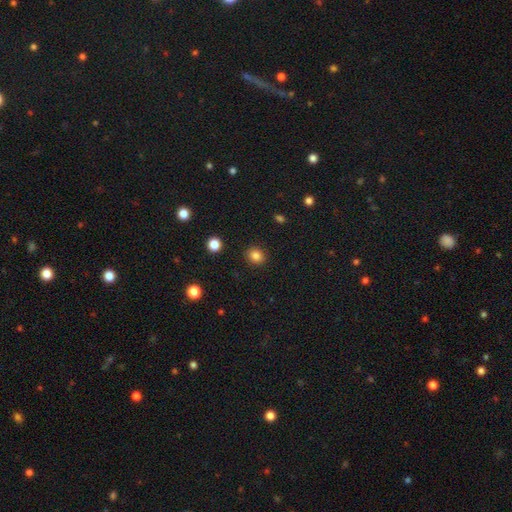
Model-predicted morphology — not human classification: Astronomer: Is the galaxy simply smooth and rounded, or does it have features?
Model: smooth — 84%.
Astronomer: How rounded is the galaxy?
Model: round — 76%.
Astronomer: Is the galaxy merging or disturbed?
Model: none — 90%.